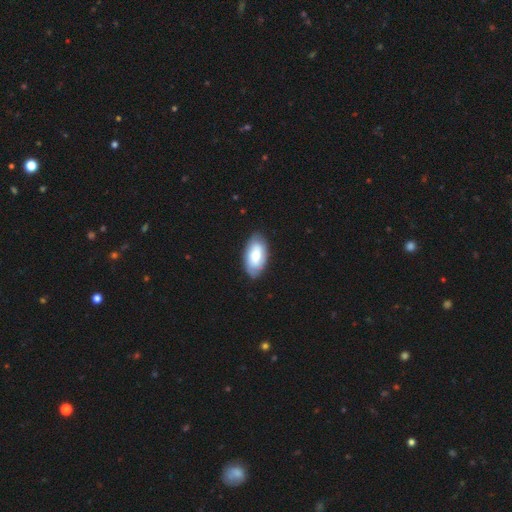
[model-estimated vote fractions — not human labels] This is likely a smooth galaxy (61%). How rounded: clearly in between (93%). Merging: clearly none (81%).